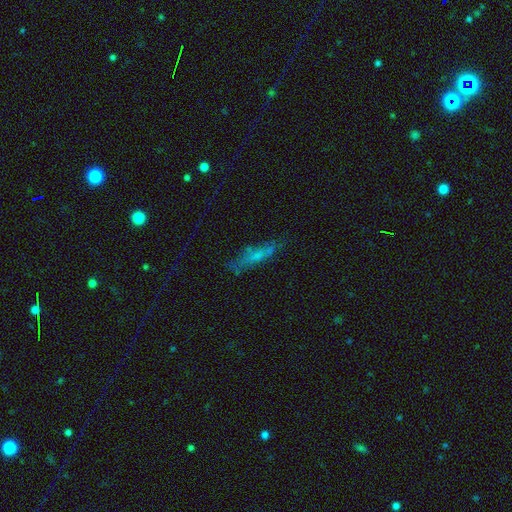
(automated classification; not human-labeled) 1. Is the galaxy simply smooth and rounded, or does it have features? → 54% smooth, 34% featured or disk, 12% star or artifact.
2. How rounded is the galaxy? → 78% cigar-shaped, 20% in between, 2% round.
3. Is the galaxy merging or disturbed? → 64% none, 23% minor disturbance, 10% major disturbance, 4% merger.